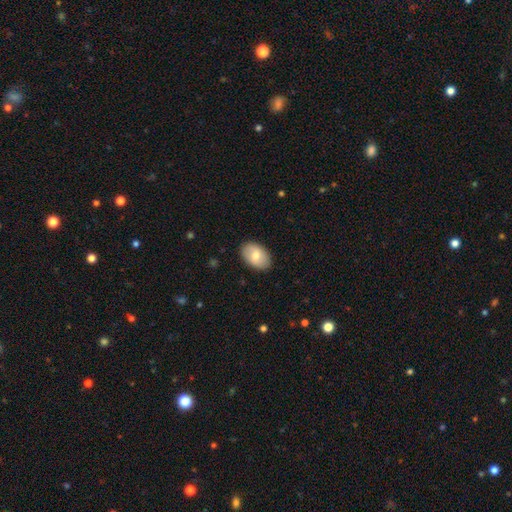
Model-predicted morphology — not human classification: Smooth or featured? Predicted: smooth (p=0.72). How rounded? Predicted: in between (p=0.89). Merging? Predicted: none (p=0.87).